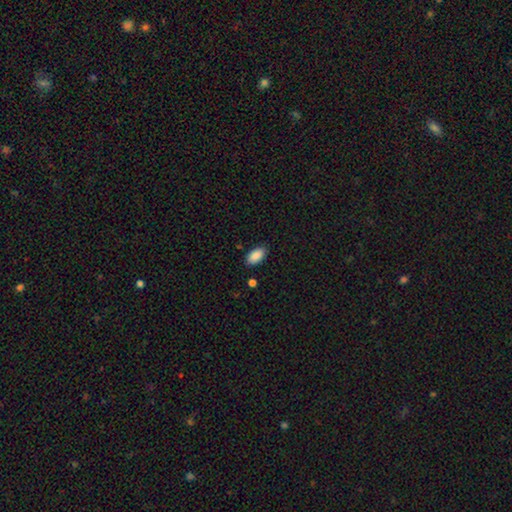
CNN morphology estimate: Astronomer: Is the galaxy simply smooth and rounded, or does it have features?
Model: smooth — 90%.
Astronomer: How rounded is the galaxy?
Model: in between — 94%.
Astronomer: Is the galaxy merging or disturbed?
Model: none — 85%.